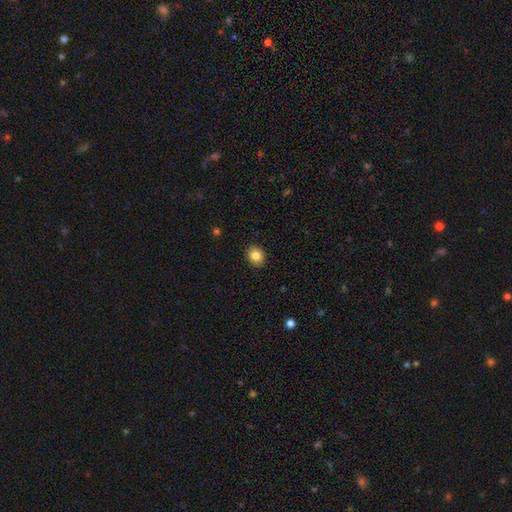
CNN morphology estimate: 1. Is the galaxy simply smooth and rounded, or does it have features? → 84% smooth, 10% star or artifact, 7% featured or disk.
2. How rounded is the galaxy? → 57% round, 42% in between, 1% cigar-shaped.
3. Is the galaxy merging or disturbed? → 90% none, 7% minor disturbance, 2% major disturbance, 1% merger.